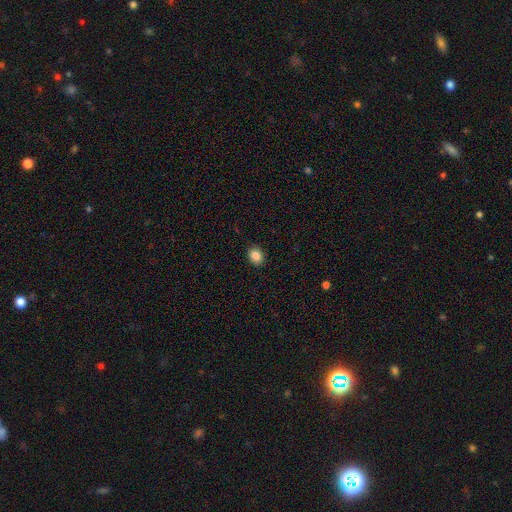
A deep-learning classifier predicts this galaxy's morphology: Overall: smooth (86%). How rounded: in between (53%; round 46%). Merging: none (91%).